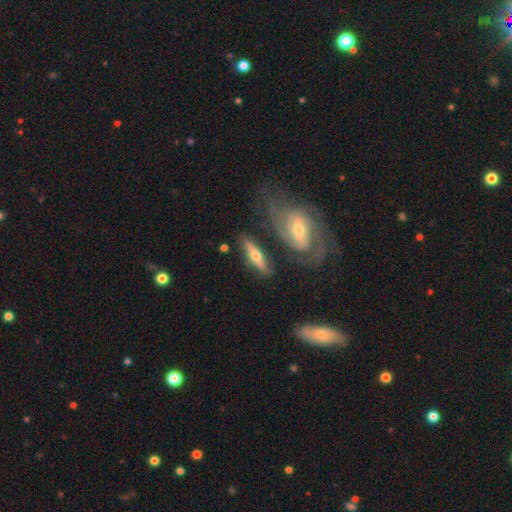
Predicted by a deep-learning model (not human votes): The model was most divided on "smooth or featured": featured or disk: 59%, smooth: 36%, star or artifact: 6%. More confident: edge-on disk — yes (70%); merging — none (70%).